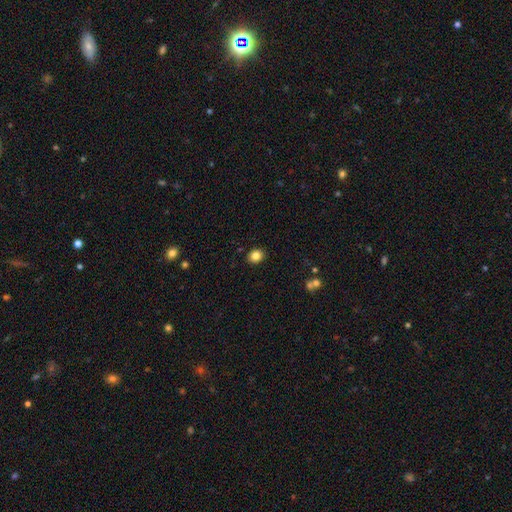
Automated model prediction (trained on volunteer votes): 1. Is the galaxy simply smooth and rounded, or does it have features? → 83% smooth, 11% star or artifact, 7% featured or disk.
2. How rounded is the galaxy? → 59% round, 40% in between, 1% cigar-shaped.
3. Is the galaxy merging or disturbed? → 90% none, 7% minor disturbance, 2% major disturbance, 1% merger.